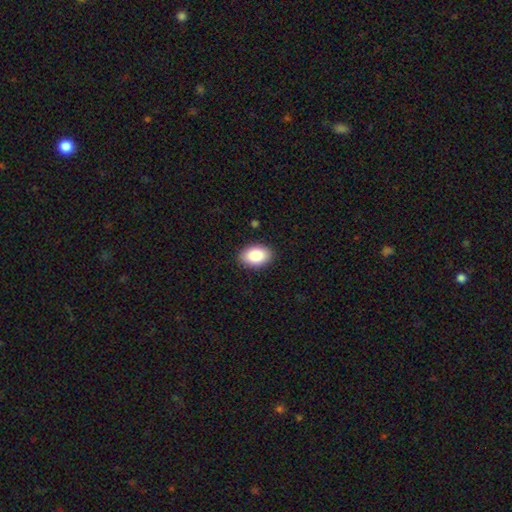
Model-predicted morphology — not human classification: Smooth or featured?
  - smooth: 87% *
  - star or artifact: 7%
  - featured or disk: 6%
How rounded?
  - in between: 87% *
  - round: 11%
  - cigar-shaped: 1%
Merging?
  - none: 88% *
  - minor disturbance: 9%
  - major disturbance: 2%
  - merger: 1%